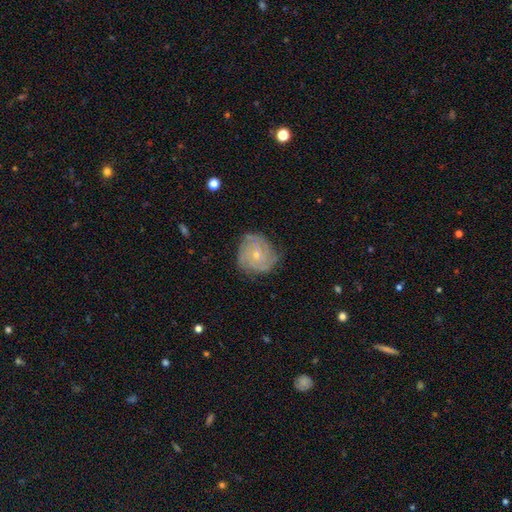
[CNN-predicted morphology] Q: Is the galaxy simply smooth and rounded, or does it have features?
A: featured or disk — 81%.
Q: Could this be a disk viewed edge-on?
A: no — 98%.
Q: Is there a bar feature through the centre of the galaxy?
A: no — 70%.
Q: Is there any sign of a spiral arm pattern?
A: yes — 96%.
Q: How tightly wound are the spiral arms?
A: tight — 70%.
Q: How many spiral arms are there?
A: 3 — 34%.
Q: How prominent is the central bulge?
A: small — 64%.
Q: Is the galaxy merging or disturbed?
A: none — 75%.